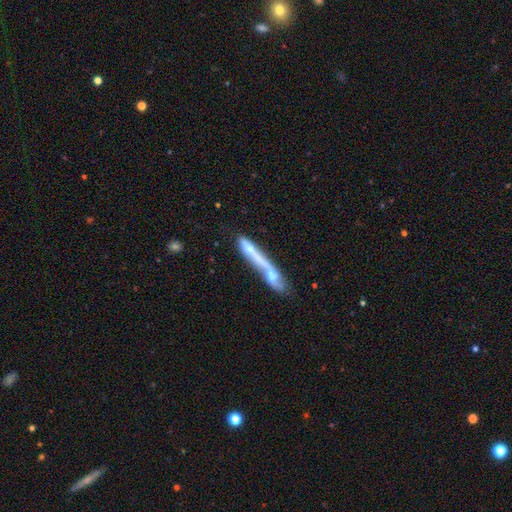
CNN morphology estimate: Smooth or featured? featured or disk (47%)
Merging? merger (40%)